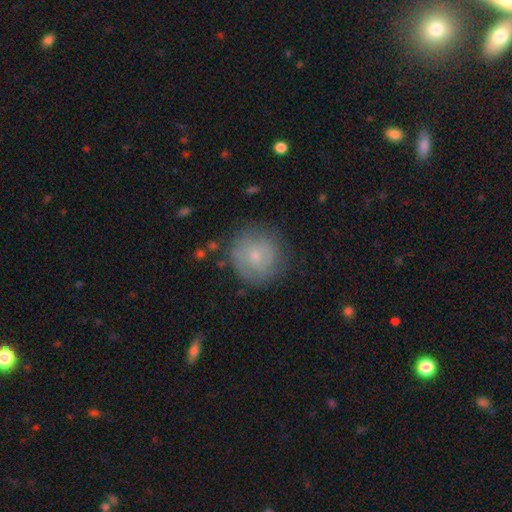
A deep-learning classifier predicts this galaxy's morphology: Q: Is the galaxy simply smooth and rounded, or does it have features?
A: smooth — 57%.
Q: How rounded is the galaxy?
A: round — 93%.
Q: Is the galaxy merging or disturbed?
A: none — 76%.